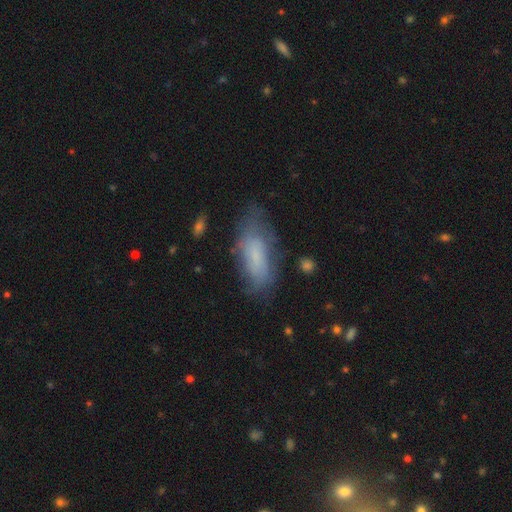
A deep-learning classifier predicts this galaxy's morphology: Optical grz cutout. It shows a smooth galaxy with no disk features (62%) that is in between round and cigar-shaped (79%). Merging: none (62%).